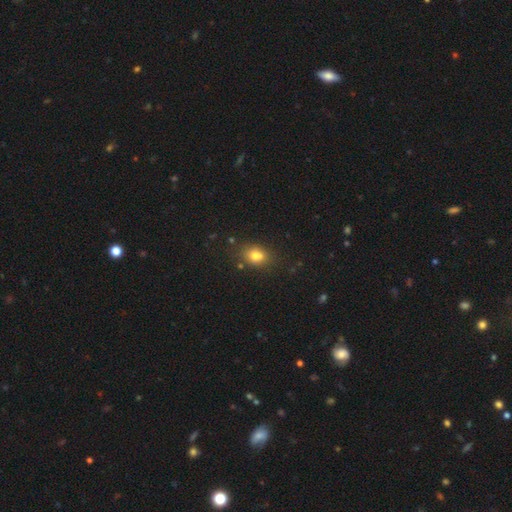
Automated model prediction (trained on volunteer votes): smooth 75%, star or artifact 13%, featured or disk 13%. Down the decision tree: how rounded — in between (60%); merging — none (61%).